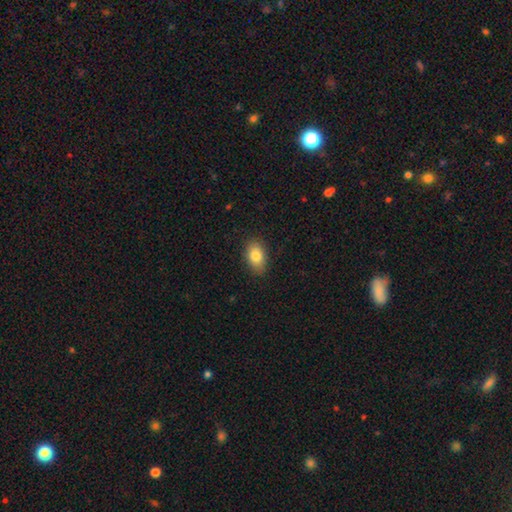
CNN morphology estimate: Smooth or featured? smooth (83%)
How rounded? in between (88%)
Merging? none (87%)